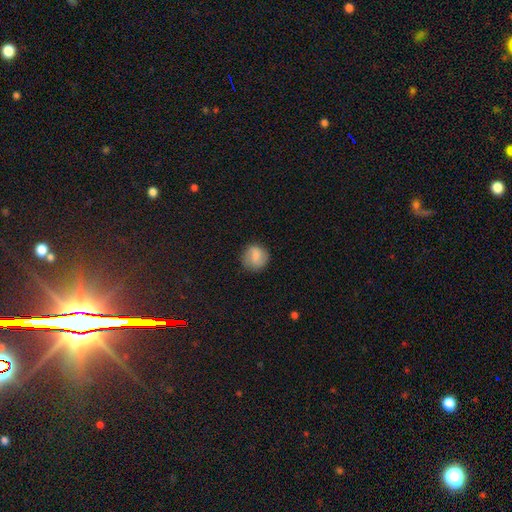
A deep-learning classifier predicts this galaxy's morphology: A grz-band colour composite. It shows a smooth galaxy with no disk features (71%) that is round (85%). Merging: none (79%).